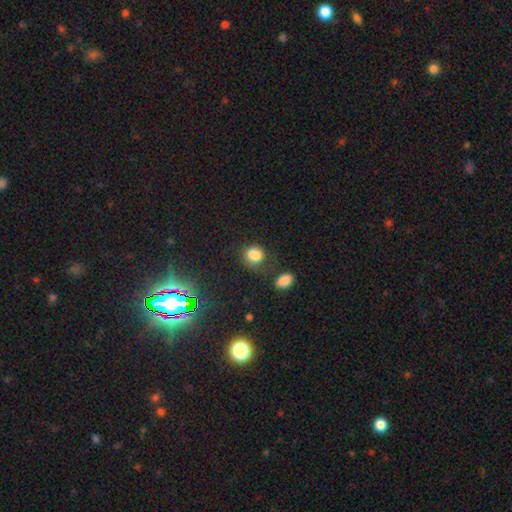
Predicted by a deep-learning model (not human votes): Smooth or featured?
  - smooth: 82% *
  - star or artifact: 12%
  - featured or disk: 6%
How rounded?
  - round: 57% *
  - in between: 42%
  - cigar-shaped: 1%
Merging?
  - none: 59% *
  - minor disturbance: 22%
  - major disturbance: 10%
  - merger: 9%